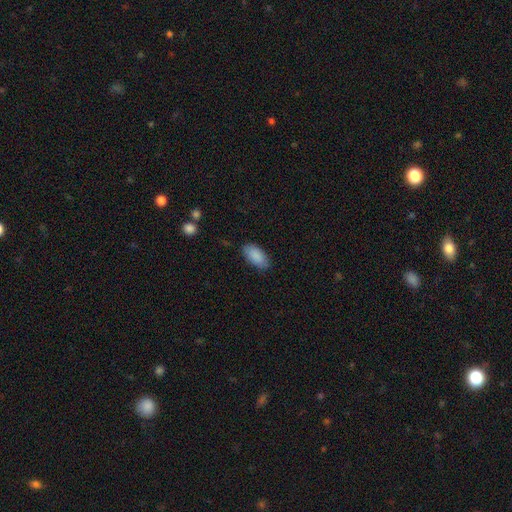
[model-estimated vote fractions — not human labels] smooth 88%, star or artifact 6%, featured or disk 6%. Down the decision tree: how rounded — in between (93%); merging — none (82%).